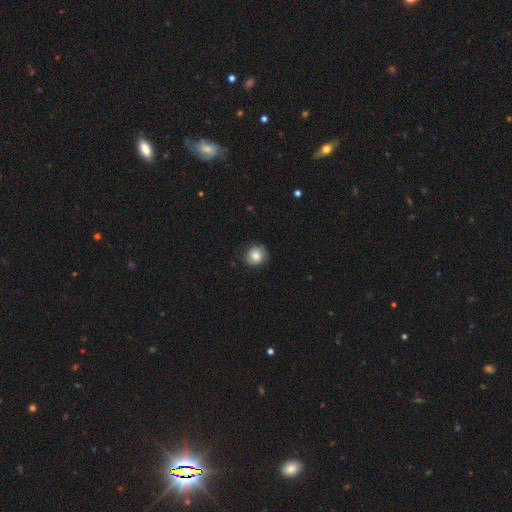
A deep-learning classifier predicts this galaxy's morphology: This appears to be a smooth galaxy with no disk features (80%) that is round (84%). Merging: none (78%).